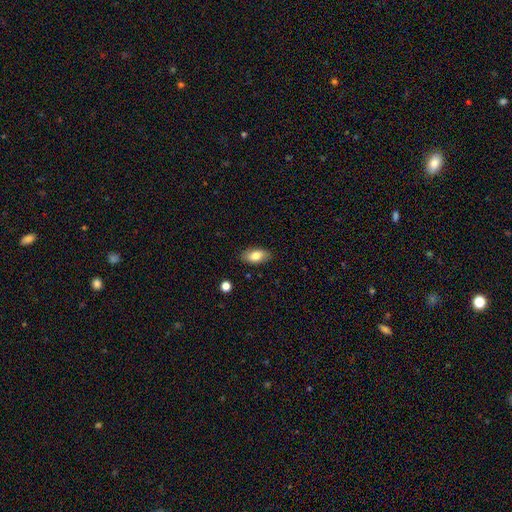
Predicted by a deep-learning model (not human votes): This is clearly a smooth galaxy (81%). How rounded: clearly in between (91%). Merging: clearly none (86%).